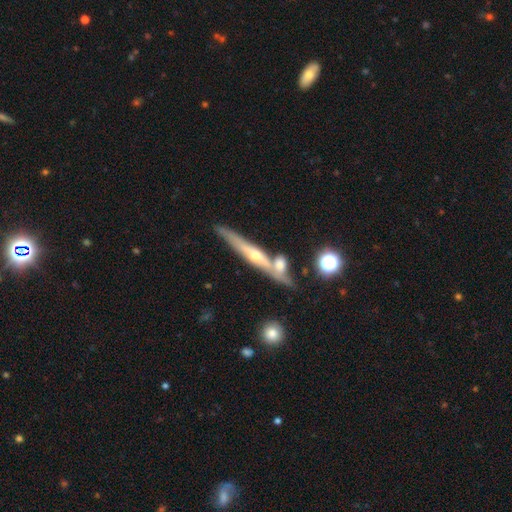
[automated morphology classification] smooth-or-featured: featured or disk: 70% | smooth: 22% | star or artifact: 8%
  disk-edge-on: yes: 92% | no: 8%
    edge-on-bulge: rounded: 78% | none: 18% | boxy: 4%
  merging: none: 69% | merger: 17% | minor disturbance: 12% | major disturbance: 3%